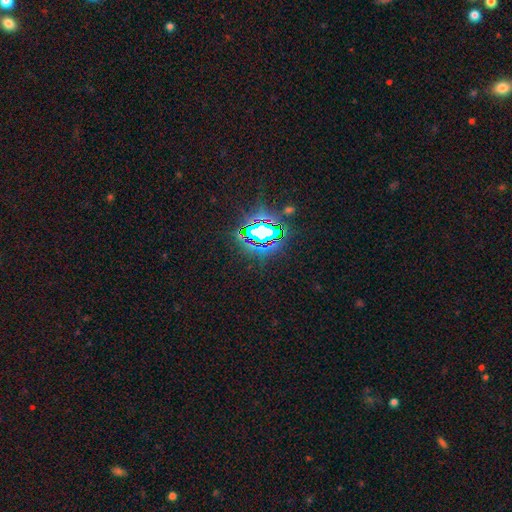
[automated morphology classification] star or artifact 78%, smooth 15%, featured or disk 8%.